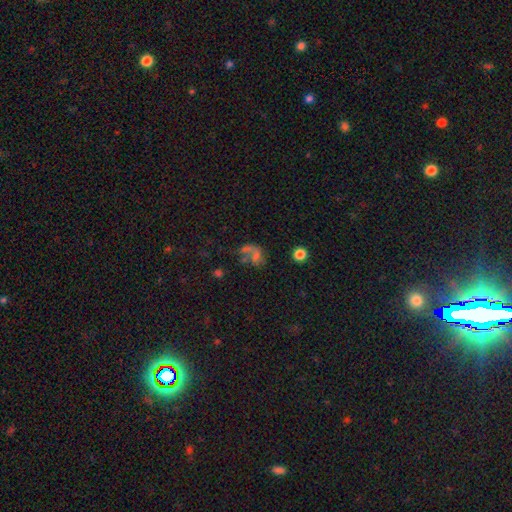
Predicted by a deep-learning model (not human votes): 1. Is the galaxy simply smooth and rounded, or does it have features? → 45% smooth, 33% featured or disk, 22% star or artifact.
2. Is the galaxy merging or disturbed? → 35% merger, 27% none, 25% major disturbance, 13% minor disturbance.